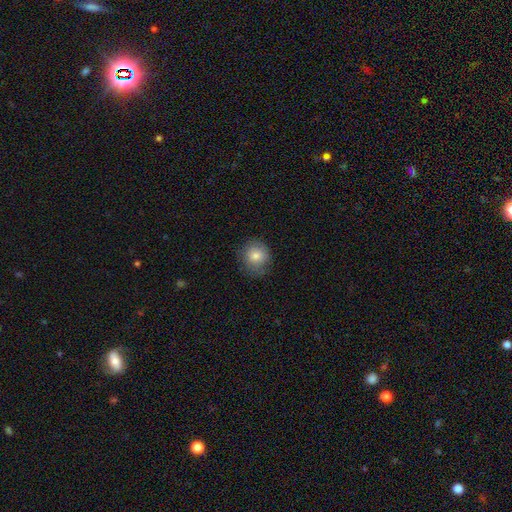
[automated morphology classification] Overall: smooth (80%). How rounded: round (84%). Merging: none (77%).